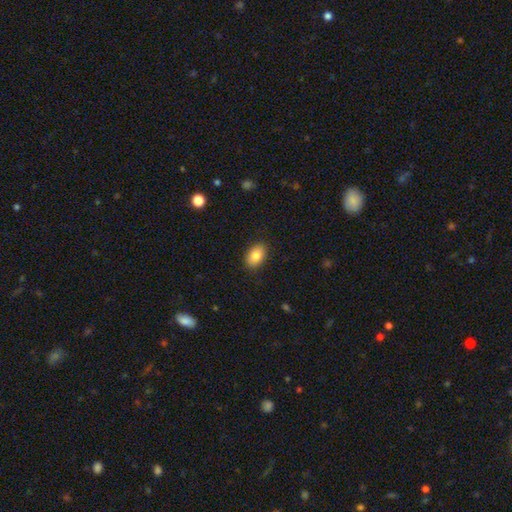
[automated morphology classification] Smooth or featured? Predicted: smooth (p=0.84). How rounded? Predicted: in between (p=0.87). Merging? Predicted: none (p=0.88).